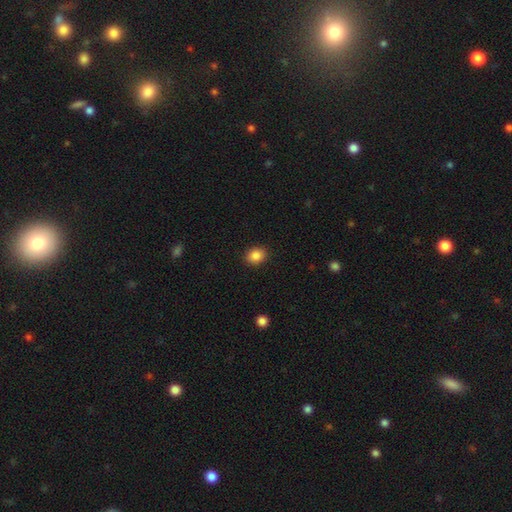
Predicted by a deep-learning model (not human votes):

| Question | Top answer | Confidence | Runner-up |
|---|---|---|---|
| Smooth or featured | smooth | 87% | star or artifact (9%) |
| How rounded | round | 51% | in between (48%) |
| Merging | none | 90% | minor disturbance (7%) |